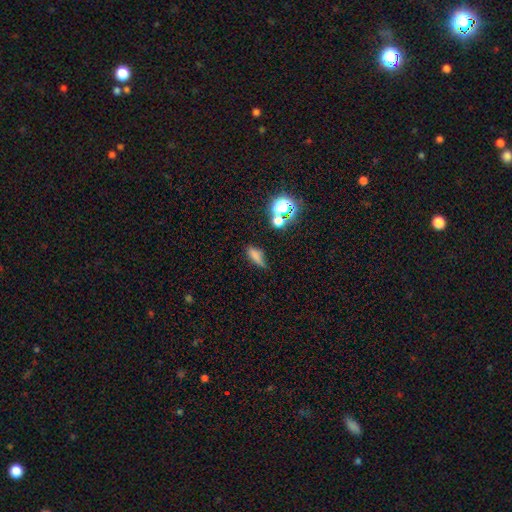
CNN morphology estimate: This is likely a smooth galaxy (69%). How rounded: possibly in between (50%). Merging: possibly none (56%).